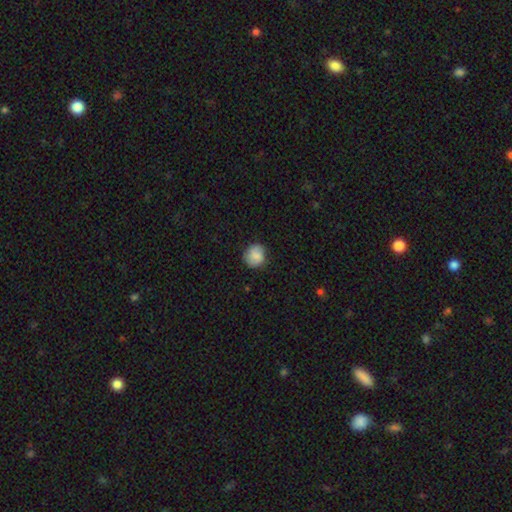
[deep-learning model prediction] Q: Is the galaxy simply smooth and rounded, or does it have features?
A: smooth — 82%.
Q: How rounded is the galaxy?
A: round — 83%.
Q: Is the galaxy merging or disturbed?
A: none — 81%.